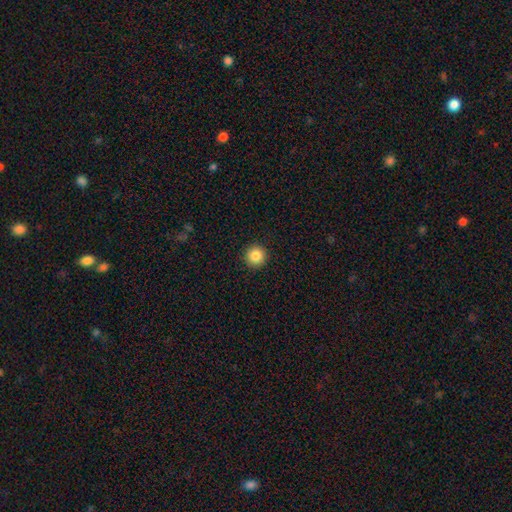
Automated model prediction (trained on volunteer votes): The model was most divided on "smooth or featured": smooth: 85%, star or artifact: 10%, featured or disk: 5%. More confident: how rounded — round (95%); merging — none (93%).